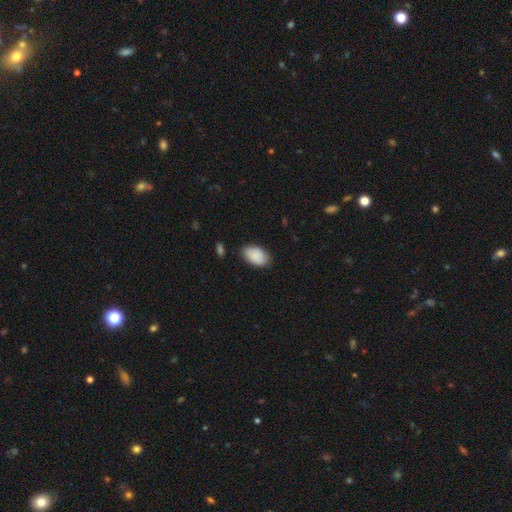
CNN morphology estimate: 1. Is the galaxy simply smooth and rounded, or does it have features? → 87% smooth, 7% featured or disk, 6% star or artifact.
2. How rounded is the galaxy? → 93% in between, 5% round, 1% cigar-shaped.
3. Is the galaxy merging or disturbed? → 82% none, 14% minor disturbance, 3% major disturbance, 2% merger.